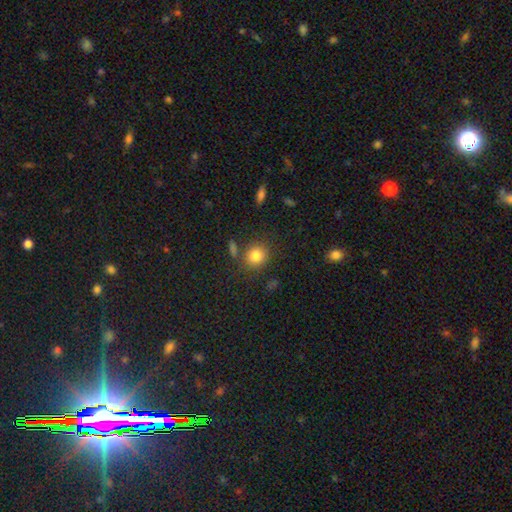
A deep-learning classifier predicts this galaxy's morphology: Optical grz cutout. It shows a smooth galaxy with no disk features (83%) that is round (79%). Merging: none (77%).